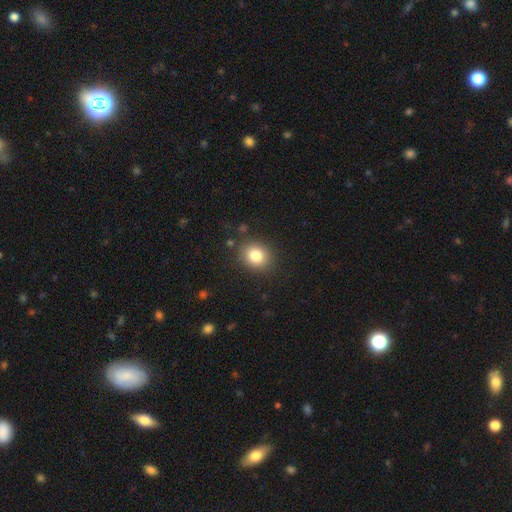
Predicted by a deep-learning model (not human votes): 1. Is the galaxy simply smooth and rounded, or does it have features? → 82% smooth, 10% star or artifact, 8% featured or disk.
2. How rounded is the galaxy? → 69% round, 31% in between, 1% cigar-shaped.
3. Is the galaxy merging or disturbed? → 87% none, 9% minor disturbance, 3% major disturbance, 2% merger.